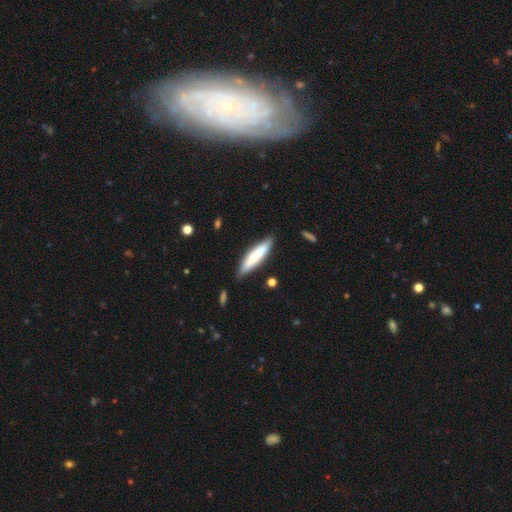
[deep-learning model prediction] This appears to be a smooth galaxy with no disk features (66%) that is cigar-shaped (76%). Merging: none (79%).